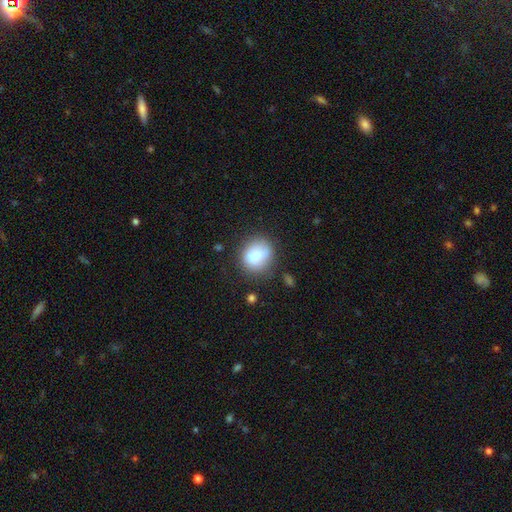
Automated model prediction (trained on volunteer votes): smooth 81%, featured or disk 10%, star or artifact 9%. Down the decision tree: how rounded — round (63%); merging — none (66%).